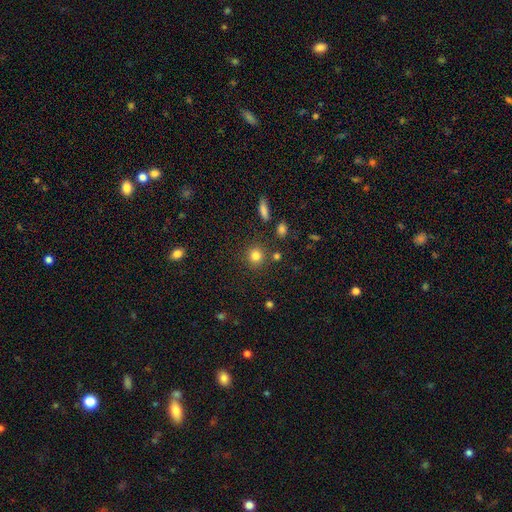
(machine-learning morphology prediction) Smooth or featured?
  - smooth: 81% *
  - star or artifact: 12%
  - featured or disk: 6%
How rounded?
  - round: 89% *
  - in between: 10%
  - cigar-shaped: 1%
Merging?
  - none: 82% *
  - minor disturbance: 8%
  - merger: 6%
  - major disturbance: 3%